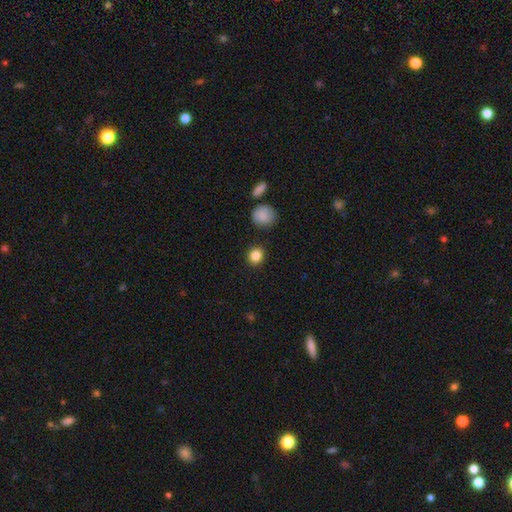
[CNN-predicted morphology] This appears to be a smooth galaxy with no disk features (85%) that is round (85%). Merging: none (90%).